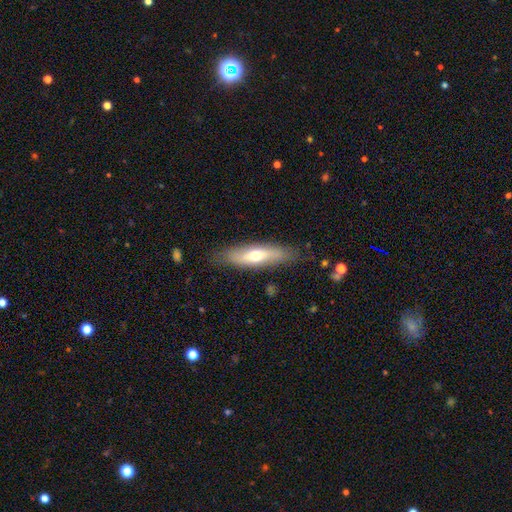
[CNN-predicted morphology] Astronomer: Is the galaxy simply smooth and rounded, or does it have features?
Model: smooth — 55% (runner-up: featured or disk, 39%).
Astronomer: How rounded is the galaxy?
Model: cigar-shaped — 52% (runner-up: in between, 45%).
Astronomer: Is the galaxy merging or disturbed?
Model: none — 82%.